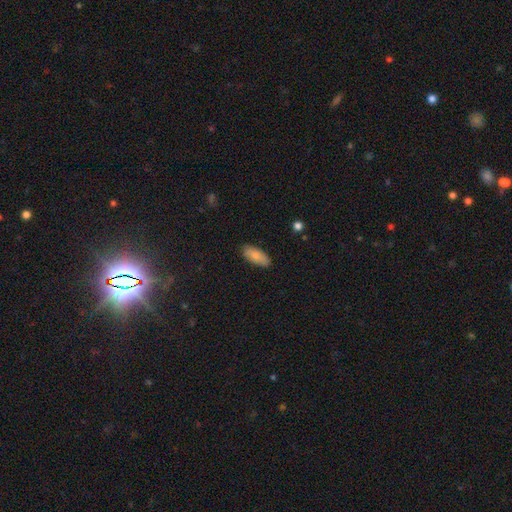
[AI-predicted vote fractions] A smooth galaxy with no disk features (84%) that is in between round and cigar-shaped (83%).

Vote fractions:
- Smooth or featured? smooth: 84% / featured or disk: 10% / star or artifact: 6%
- How rounded? in between: 83% / cigar-shaped: 15% / round: 2%
- Merging? none: 84% / minor disturbance: 13% / major disturbance: 2% / merger: 1%